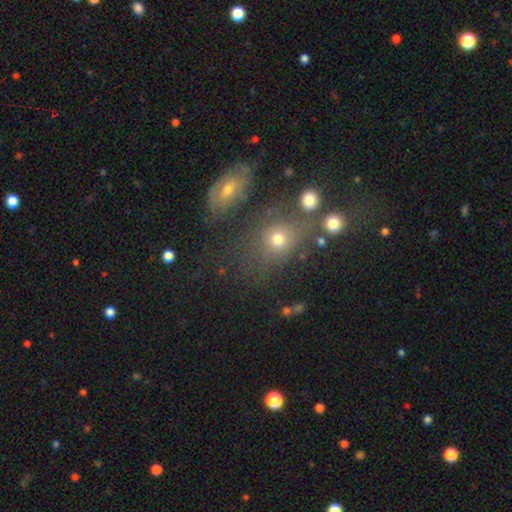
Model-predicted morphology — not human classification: Q: Smooth or featured?
A: smooth (49%); runner-up: star or artifact (32%)
Q: Merging?
A: none (58%); runner-up: merger (21%)